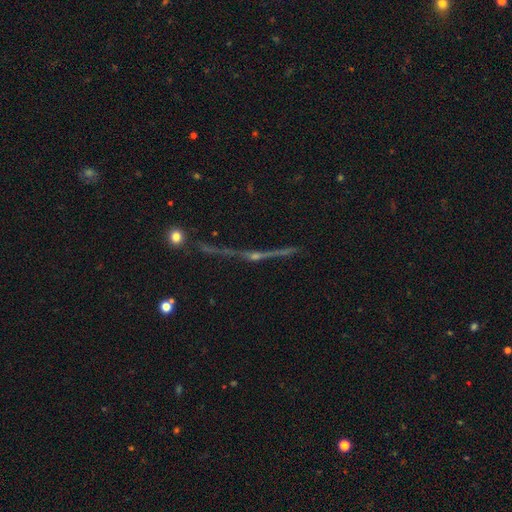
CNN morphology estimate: smooth-or-featured: featured or disk: 49% | star or artifact: 39% | smooth: 12%
  merging: none: 74% | minor disturbance: 11% | merger: 8% | major disturbance: 8%